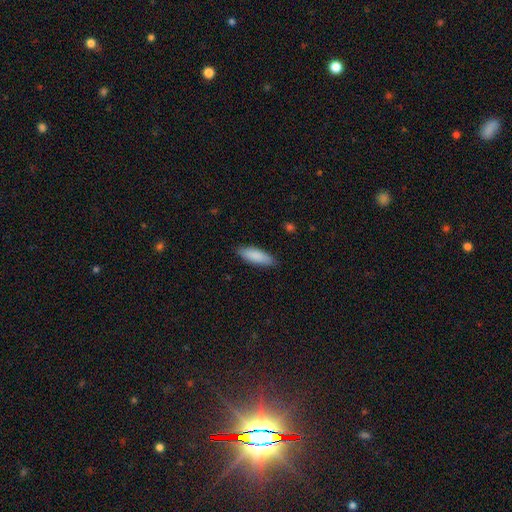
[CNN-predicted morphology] Smooth or featured? Predicted: smooth (p=0.88). How rounded? Predicted: in between (p=0.57). Merging? Predicted: none (p=0.85).